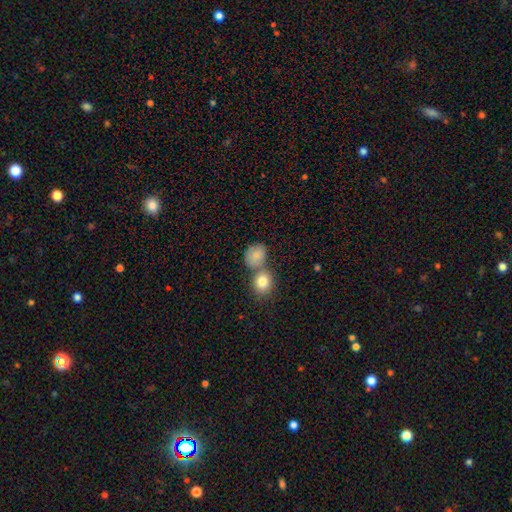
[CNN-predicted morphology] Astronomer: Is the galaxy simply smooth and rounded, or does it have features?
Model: smooth — 83%.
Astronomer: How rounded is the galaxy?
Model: round — 63%.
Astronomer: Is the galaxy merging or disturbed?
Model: none — 44% (runner-up: merger, 41%).